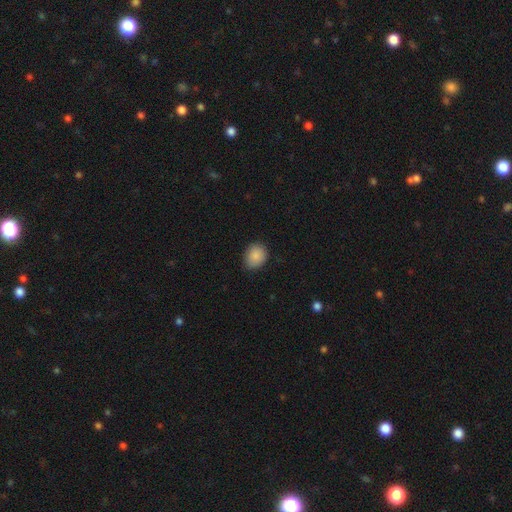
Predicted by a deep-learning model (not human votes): A smooth galaxy with no disk features (87%) that is round (56%). Merging: none (81%).